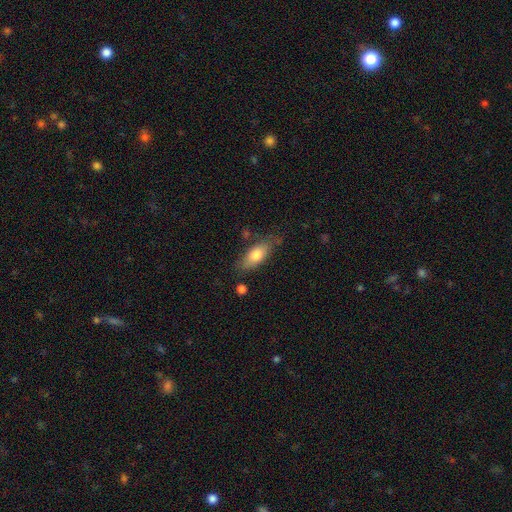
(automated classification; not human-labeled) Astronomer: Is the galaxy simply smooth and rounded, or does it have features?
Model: smooth — 74%.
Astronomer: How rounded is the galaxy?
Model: in between — 77%.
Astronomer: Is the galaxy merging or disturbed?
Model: none — 72%.